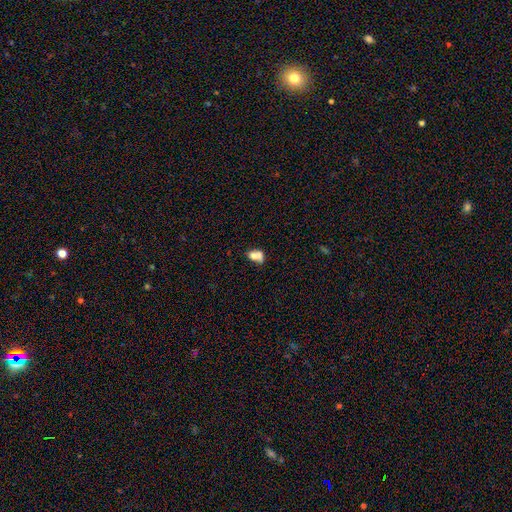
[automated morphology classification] Smooth or featured? smooth (70%)
How rounded? in between (71%)
Merging? merger (48%)